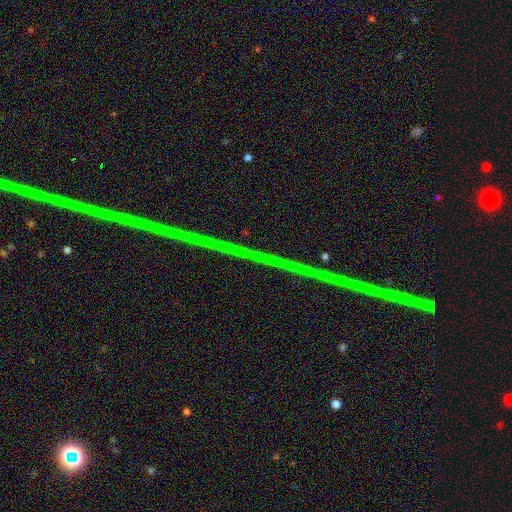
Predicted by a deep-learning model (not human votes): A star or artifact, not a galaxy (79%).

Vote fractions:
- Smooth or featured? star or artifact: 79% / featured or disk: 14% / smooth: 7%